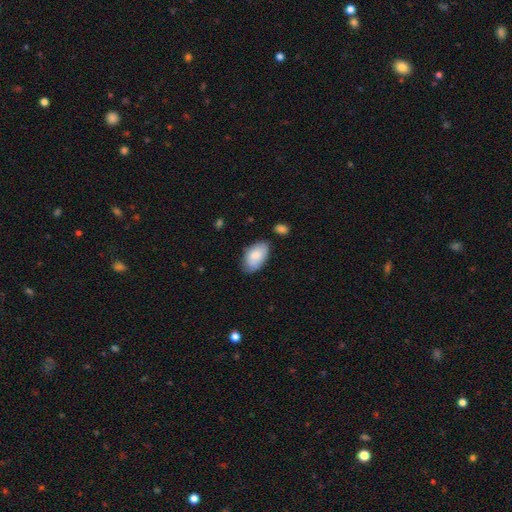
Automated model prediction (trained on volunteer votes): A smooth galaxy with no disk features (80%) that is in between round and cigar-shaped (94%). Merging: none (66%).